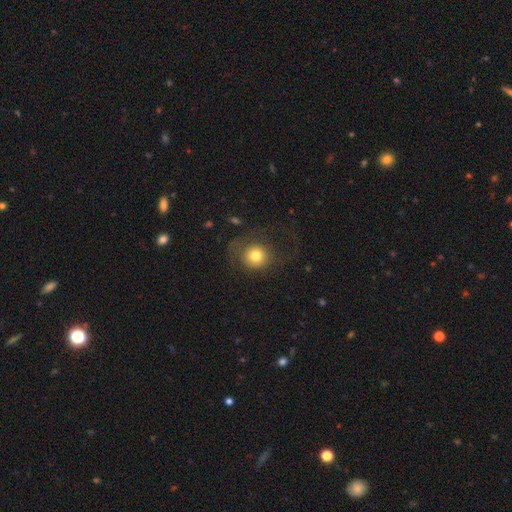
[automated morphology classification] This is likely a smooth galaxy (72%). How rounded: clearly round (86%). Merging: possibly none (52%).